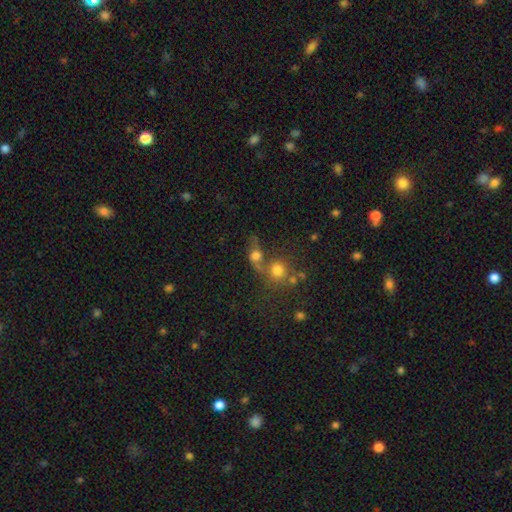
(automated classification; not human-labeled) A smooth galaxy with no disk features (62%) that is round (64%). Merging: merger (56%).